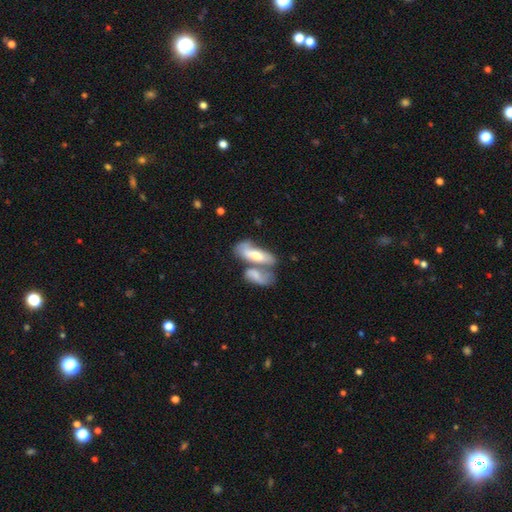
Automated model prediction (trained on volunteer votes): smooth_or_featured: smooth (p=0.56) [alt: featured or disk p=0.39]
how_rounded: in between (p=0.70) [alt: cigar-shaped p=0.26]
merging: merger (p=0.55) [alt: none p=0.27]